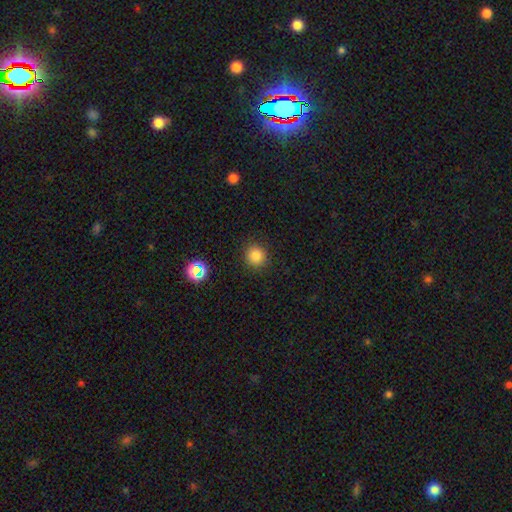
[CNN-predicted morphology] The model was most divided on "smooth or featured": smooth: 81%, star or artifact: 14%, featured or disk: 5%. More confident: how rounded — round (91%); merging — none (90%).